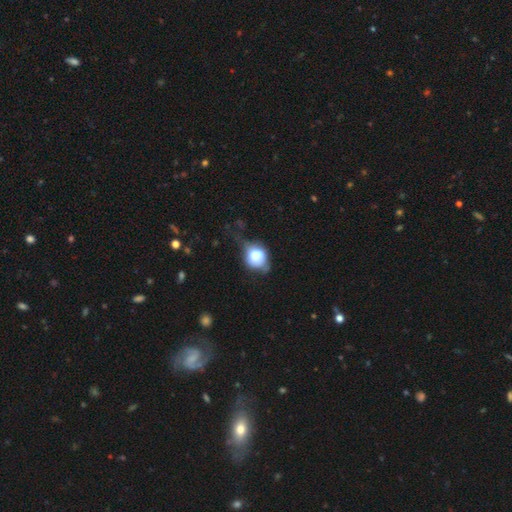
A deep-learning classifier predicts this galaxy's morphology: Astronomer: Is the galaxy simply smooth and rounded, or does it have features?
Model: smooth — 70%.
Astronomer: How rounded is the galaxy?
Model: round — 62% (runner-up: in between, 37%).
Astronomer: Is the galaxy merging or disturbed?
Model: minor disturbance — 37% (runner-up: none, 32%).